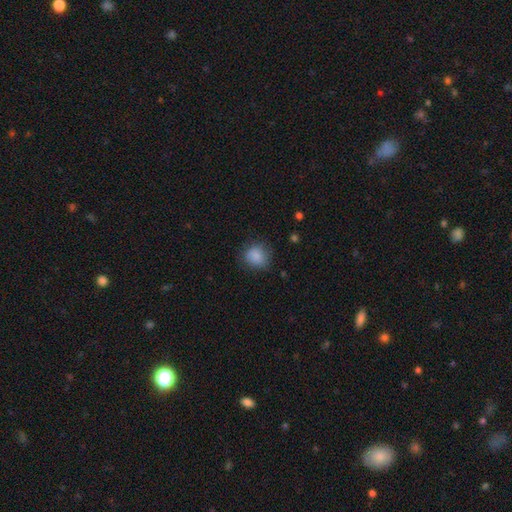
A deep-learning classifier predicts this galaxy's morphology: Smooth or featured? smooth (86%)
How rounded? round (78%)
Merging? none (76%)